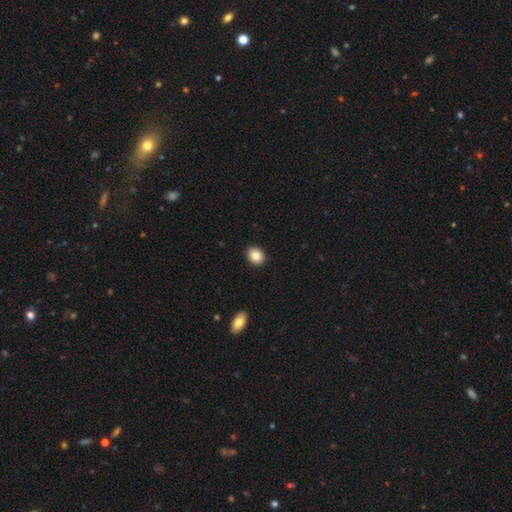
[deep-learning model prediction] Smooth or featured? Predicted: smooth (p=0.86). How rounded? Predicted: round (p=0.58). Merging? Predicted: none (p=0.92).